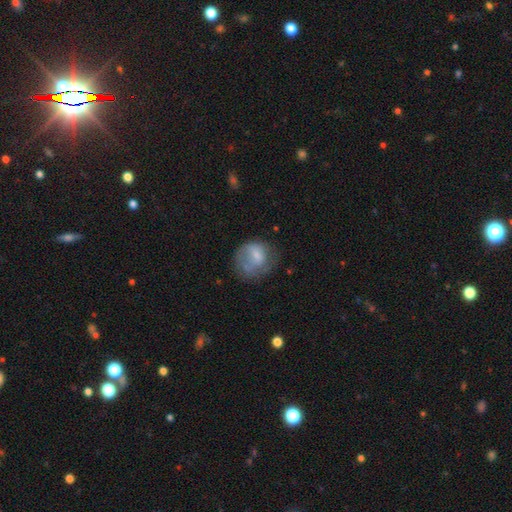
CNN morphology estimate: Smooth or featured? smooth (64%)
How rounded? round (69%)
Merging? none (44%)